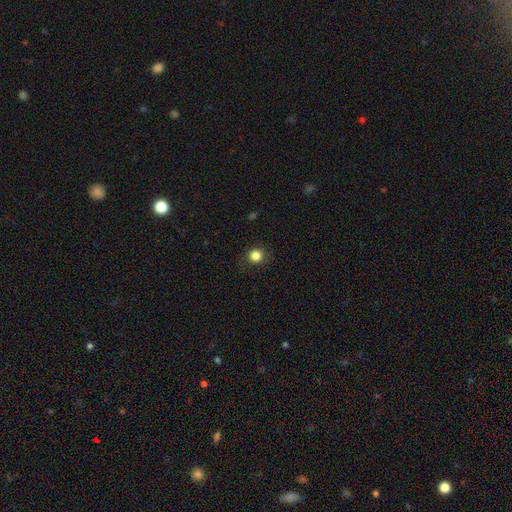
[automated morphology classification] A smooth galaxy with no disk features (84%) that is round (92%). Merging: none (88%).